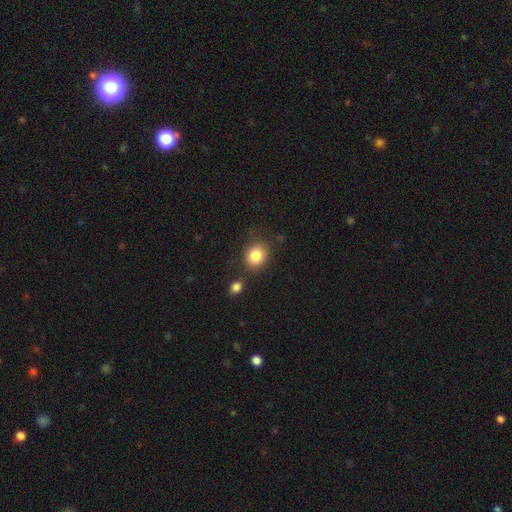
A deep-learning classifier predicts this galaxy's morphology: smooth 84%, star or artifact 9%, featured or disk 7%. Down the decision tree: how rounded — round (60%); merging — none (74%).